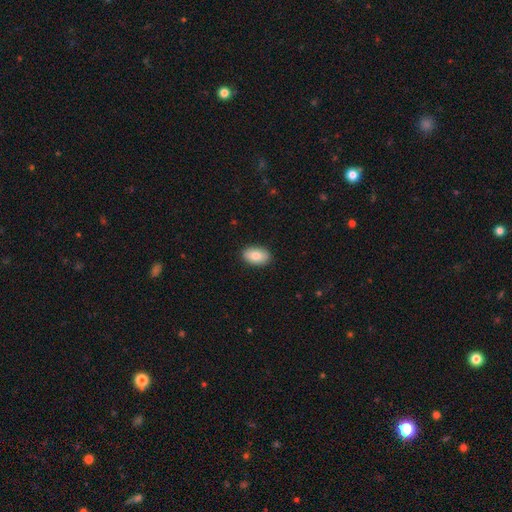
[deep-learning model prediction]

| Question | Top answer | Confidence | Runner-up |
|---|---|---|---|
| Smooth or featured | smooth | 82% | featured or disk (11%) |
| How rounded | in between | 91% | round (7%) |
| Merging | none | 89% | minor disturbance (8%) |